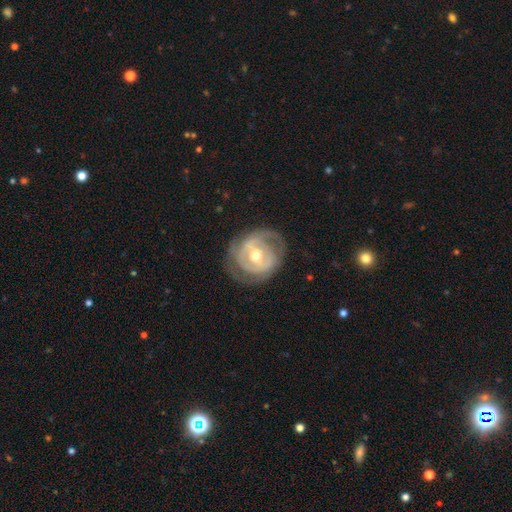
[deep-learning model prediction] Overall: featured or disk (80%). Edge-on disk: no (97%). Bar: weak (42%; no 33%). Spiral arms: yes (80%). Spiral arm count: 2 (51%; can't tell 26%). Spiral winding: tight (59%; medium 30%). Bulge size: moderate (74%). Merging: none (70%).